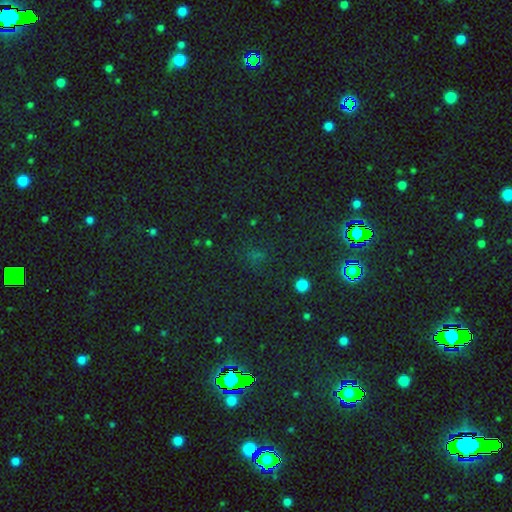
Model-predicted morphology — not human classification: A star or artifact, not a galaxy (62%).

Vote fractions:
- Smooth or featured? star or artifact: 62% / smooth: 31% / featured or disk: 7%